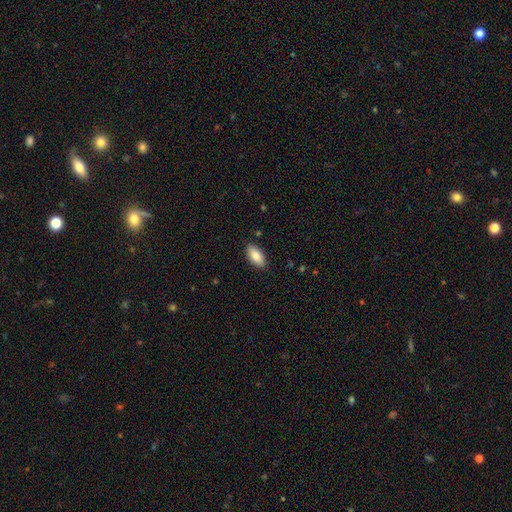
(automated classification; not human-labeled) Q: Smooth or featured?
A: smooth (84%); runner-up: featured or disk (10%)
Q: How rounded?
A: in between (92%); runner-up: cigar-shaped (6%)
Q: Merging?
A: none (88%); runner-up: minor disturbance (9%)